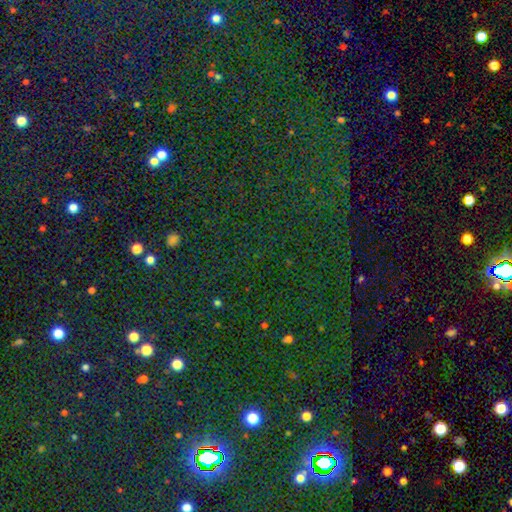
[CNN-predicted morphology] Smooth or featured?
  - star or artifact: 79% *
  - smooth: 13%
  - featured or disk: 8%